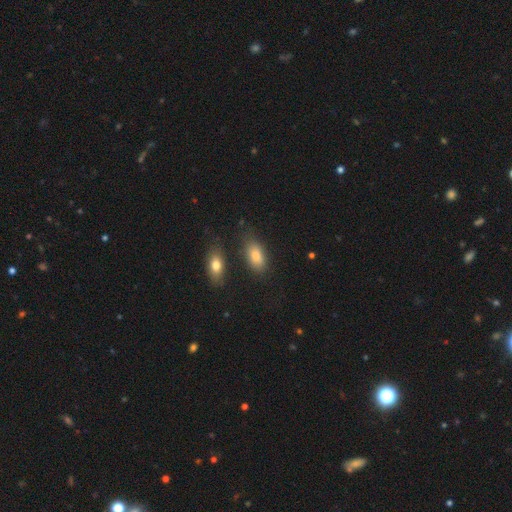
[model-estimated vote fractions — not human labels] Smooth or featured?
  - smooth: 78% *
  - featured or disk: 11%
  - star or artifact: 11%
How rounded?
  - in between: 89% *
  - round: 6%
  - cigar-shaped: 5%
Merging?
  - none: 75% *
  - minor disturbance: 14%
  - merger: 8%
  - major disturbance: 4%